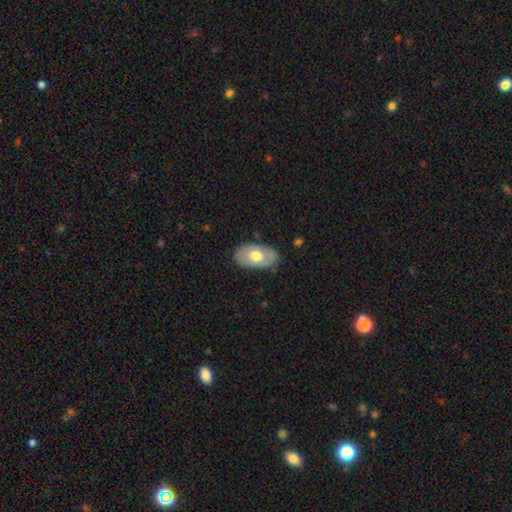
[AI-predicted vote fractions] Smooth or featured: smooth — 52% (featured or disk — 43%)
How rounded: in between — 92% (round — 6%)
Merging: none — 81% (minor disturbance — 15%)